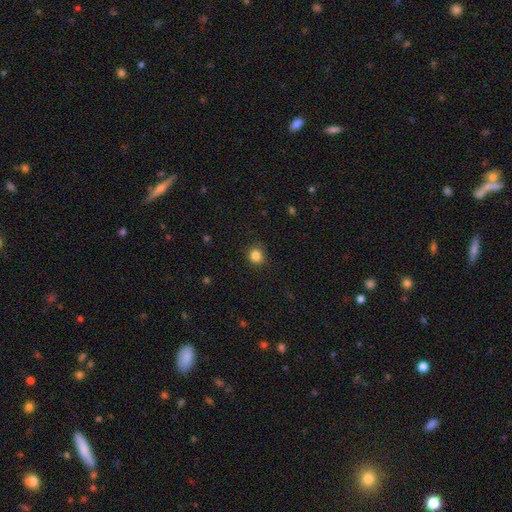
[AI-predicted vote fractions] This appears to be a smooth galaxy with no disk features (84%) that is round (84%). Merging: none (84%).